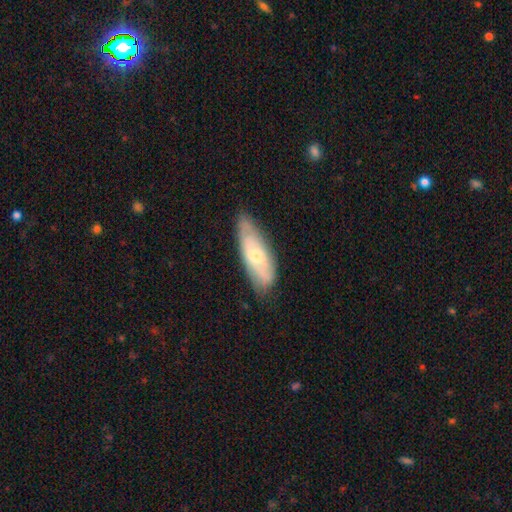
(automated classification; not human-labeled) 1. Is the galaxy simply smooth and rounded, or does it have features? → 49% featured or disk, 42% smooth, 9% star or artifact.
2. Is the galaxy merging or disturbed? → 78% none, 17% minor disturbance, 3% major disturbance, 1% merger.